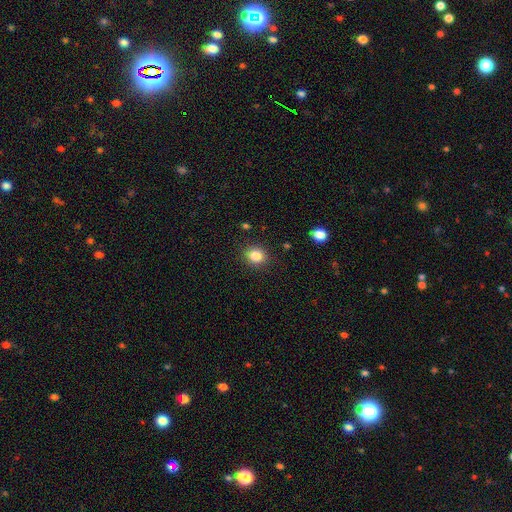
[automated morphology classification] Smooth or featured? smooth (85%)
How rounded? round (70%)
Merging? none (88%)